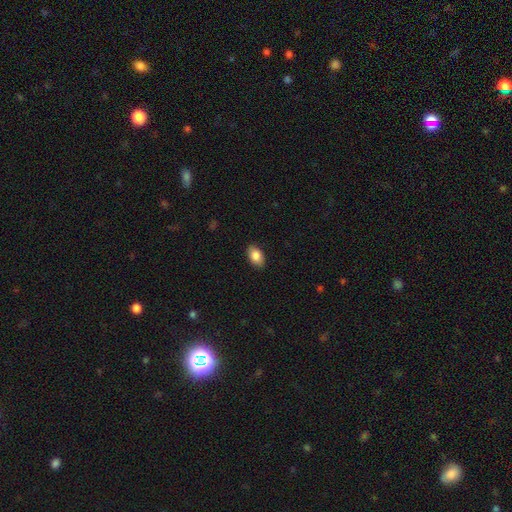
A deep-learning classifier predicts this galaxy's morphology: type=smooth (86%); roundness=in between (91%); merging=none (88%).